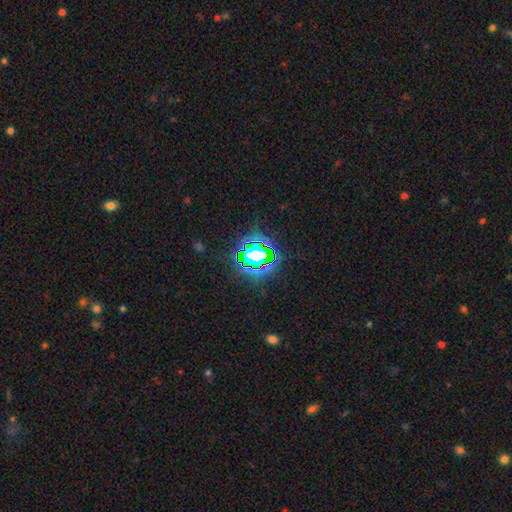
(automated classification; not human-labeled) This appears to be a star or artifact, not a galaxy (73%).